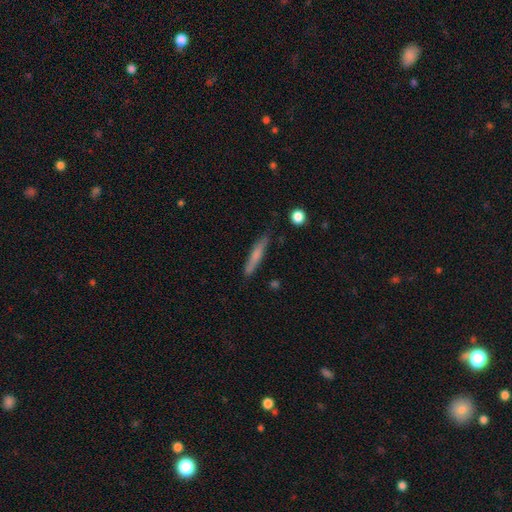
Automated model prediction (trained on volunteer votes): smooth_or_featured: smooth (p=0.63) [alt: featured or disk p=0.30]
how_rounded: cigar-shaped (p=0.93) [alt: in between p=0.05]
merging: none (p=0.83) [alt: minor disturbance p=0.12]